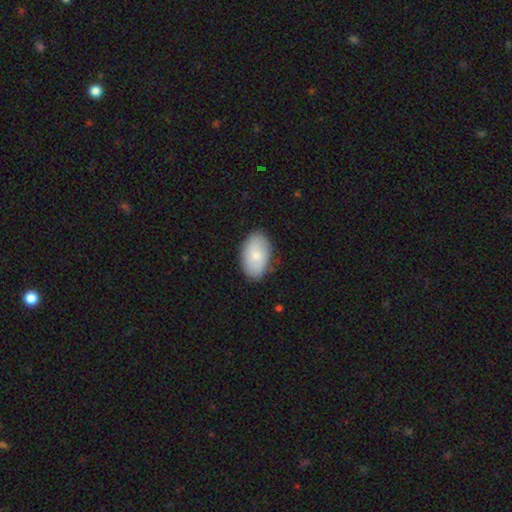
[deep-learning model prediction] Smooth or featured?
  - smooth: 76% *
  - featured or disk: 18%
  - star or artifact: 6%
How rounded?
  - in between: 92% *
  - round: 6%
  - cigar-shaped: 1%
Merging?
  - none: 84% *
  - minor disturbance: 12%
  - major disturbance: 3%
  - merger: 1%